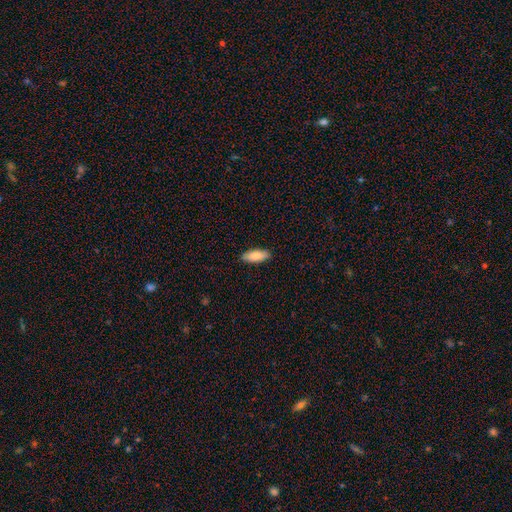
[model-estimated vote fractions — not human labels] smooth 87%, featured or disk 8%, star or artifact 6%. Down the decision tree: how rounded — in between (71%); merging — none (89%).